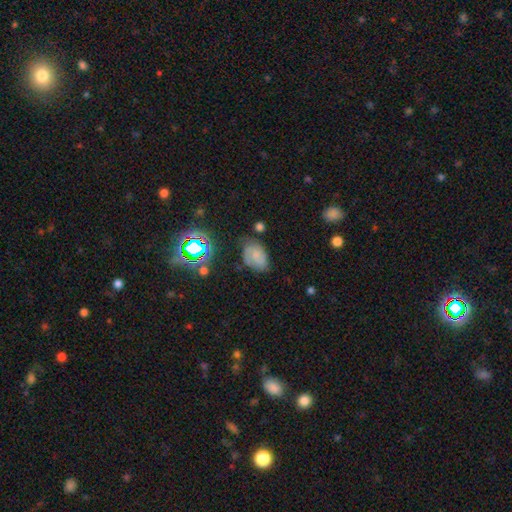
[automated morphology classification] A smooth galaxy with no disk features (47%). Merging: none (57%).